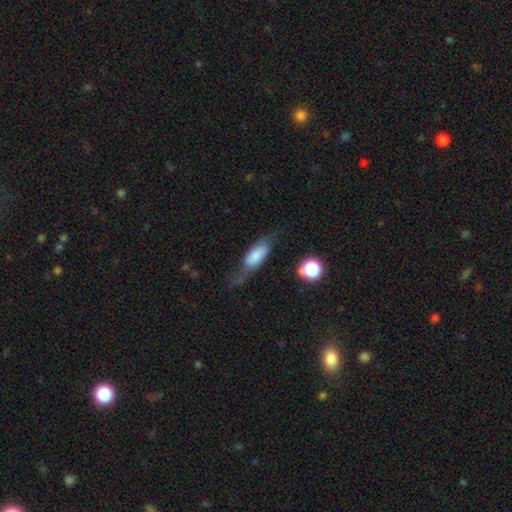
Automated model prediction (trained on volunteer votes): smooth 55%, featured or disk 36%, star or artifact 9%. Down the decision tree: how rounded — in between (75%); merging — none (49%).